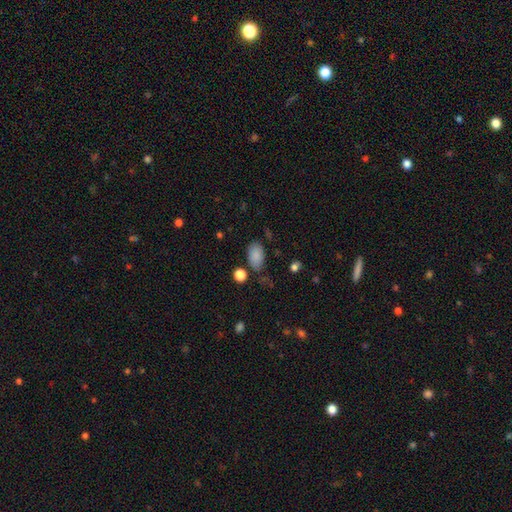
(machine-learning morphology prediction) smooth 86%, star or artifact 9%, featured or disk 5%. Down the decision tree: how rounded — in between (91%); merging — none (72%).